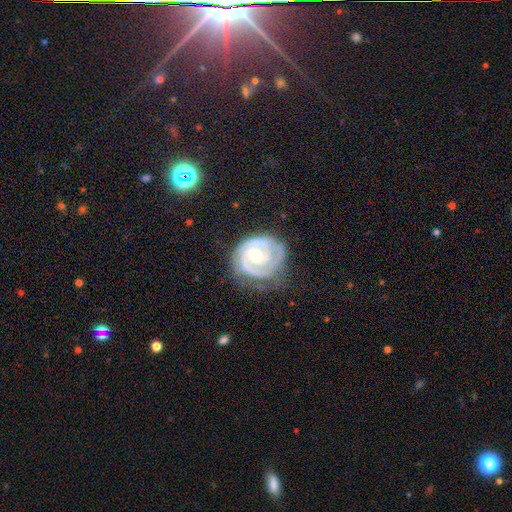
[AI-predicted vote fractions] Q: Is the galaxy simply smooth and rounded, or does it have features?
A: featured or disk — 88%.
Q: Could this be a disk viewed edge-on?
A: no — 98%.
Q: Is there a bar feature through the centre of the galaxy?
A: no — 64%.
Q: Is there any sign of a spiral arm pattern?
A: yes — 95%.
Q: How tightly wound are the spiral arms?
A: tight — 75%.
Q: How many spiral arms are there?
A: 2 — 50%.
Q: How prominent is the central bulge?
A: moderate — 54%.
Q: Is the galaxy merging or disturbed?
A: none — 66%.